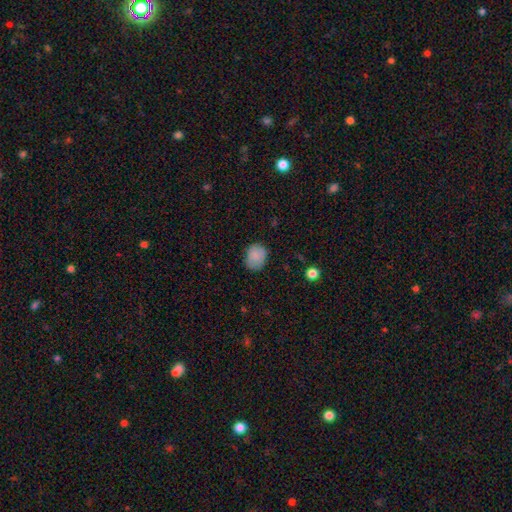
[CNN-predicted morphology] The model was most divided on "how rounded": round: 53%, in between: 46%, cigar-shaped: 1%. More confident: smooth or featured — smooth (85%); merging — none (77%).